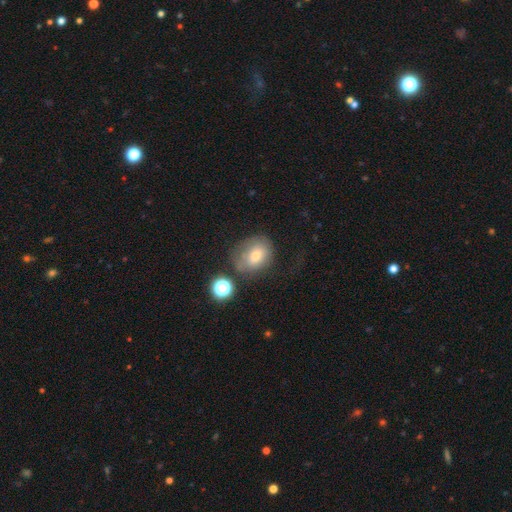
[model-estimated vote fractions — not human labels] A smooth galaxy with no disk features (68%) that is round (50%).

Vote fractions:
- Smooth or featured? smooth: 68% / featured or disk: 19% / star or artifact: 13%
- How rounded? round: 50% / in between: 49% / cigar-shaped: 1%
- Merging? none: 52% / minor disturbance: 25% / major disturbance: 15% / merger: 8%